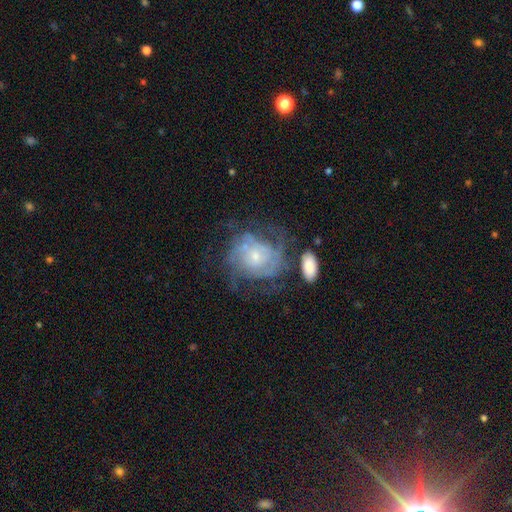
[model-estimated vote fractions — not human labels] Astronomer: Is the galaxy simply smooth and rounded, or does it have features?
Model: featured or disk — 75%.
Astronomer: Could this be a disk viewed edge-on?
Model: no — 97%.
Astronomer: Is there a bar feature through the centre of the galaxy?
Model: no — 74%.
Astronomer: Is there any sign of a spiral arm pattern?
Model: yes — 83%.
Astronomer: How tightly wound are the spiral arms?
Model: tight — 53% (runner-up: medium, 33%).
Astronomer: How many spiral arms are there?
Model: can't tell — 49%.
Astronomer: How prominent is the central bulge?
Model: small — 63%.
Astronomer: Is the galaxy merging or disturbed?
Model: none — 48%.